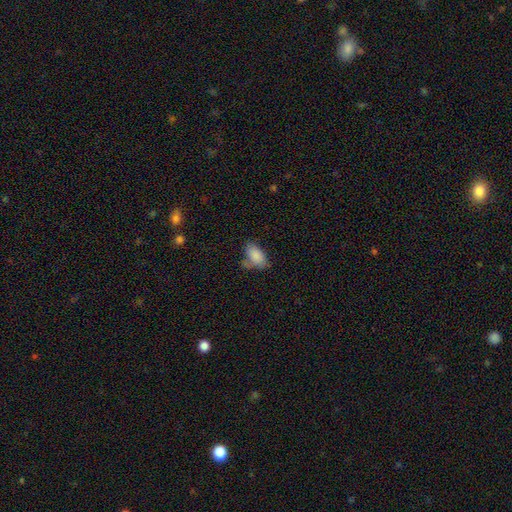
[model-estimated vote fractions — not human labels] smooth 86%, star or artifact 8%, featured or disk 7%. Down the decision tree: how rounded — in between (93%); merging — none (53%).